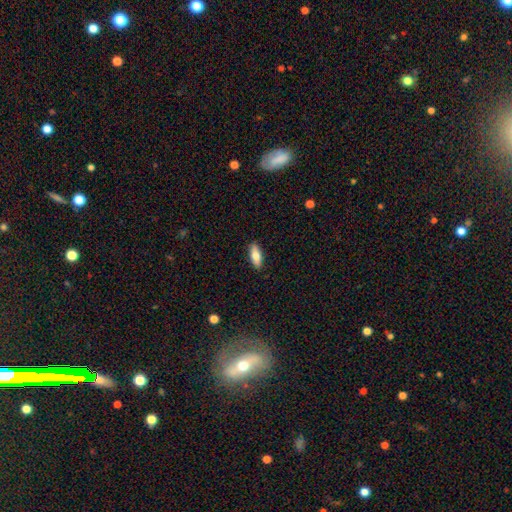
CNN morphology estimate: This is likely a smooth galaxy (79%). How rounded: likely in between (73%). Merging: clearly none (89%).